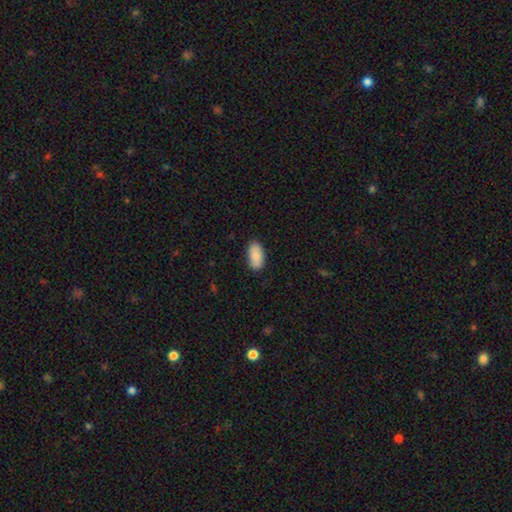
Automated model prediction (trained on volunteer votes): This is clearly a smooth galaxy (86%). How rounded: clearly in between (93%). Merging: clearly none (84%).